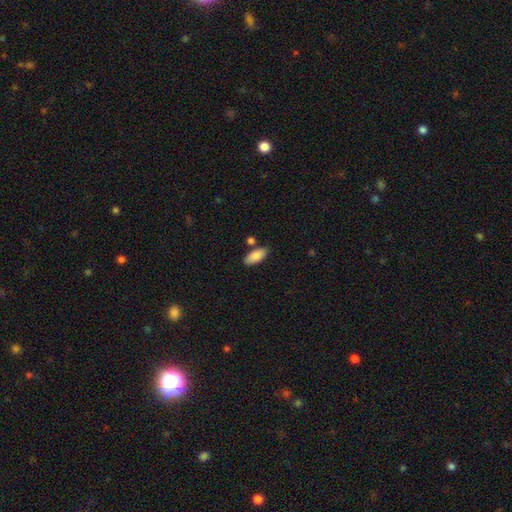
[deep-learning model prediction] A smooth galaxy with no disk features (87%) that is in between round and cigar-shaped (88%). Merging: none (80%).